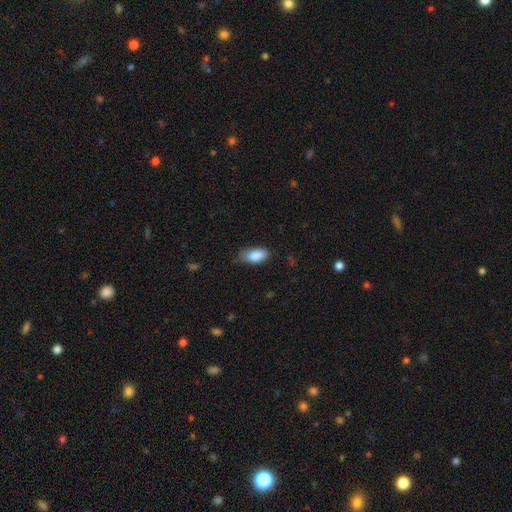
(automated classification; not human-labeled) Smooth or featured?
  - smooth: 87% *
  - star or artifact: 7%
  - featured or disk: 6%
How rounded?
  - in between: 90% *
  - cigar-shaped: 7%
  - round: 3%
Merging?
  - none: 66% *
  - minor disturbance: 28%
  - major disturbance: 5%
  - merger: 1%